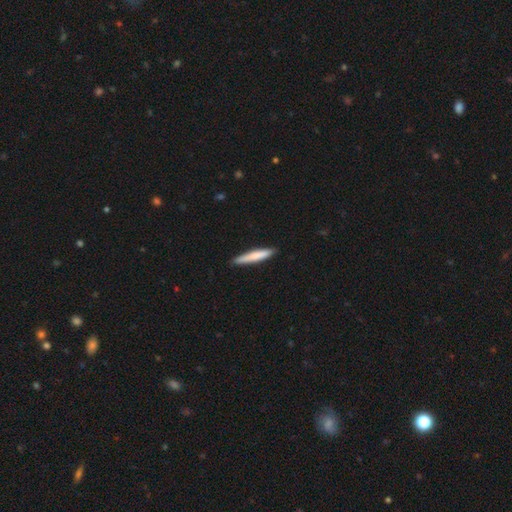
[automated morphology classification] Smooth or featured?
  - smooth: 74% *
  - featured or disk: 21%
  - star or artifact: 5%
How rounded?
  - cigar-shaped: 93% *
  - in between: 6%
  - round: 1%
Merging?
  - none: 89% *
  - minor disturbance: 8%
  - major disturbance: 1%
  - merger: 1%